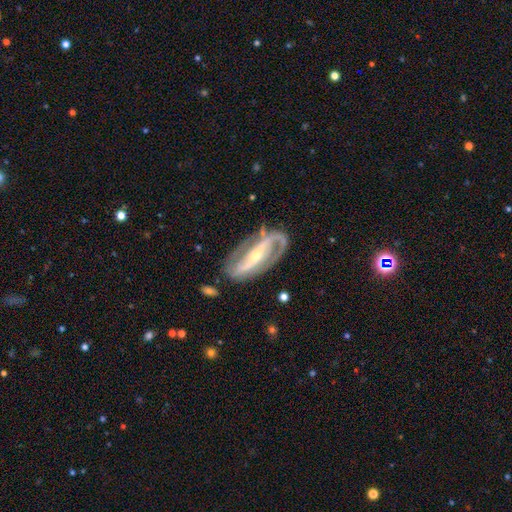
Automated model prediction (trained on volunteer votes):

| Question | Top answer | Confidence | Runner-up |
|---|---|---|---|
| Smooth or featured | featured or disk | 89% | smooth (7%) |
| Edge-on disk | no | 92% | yes (8%) |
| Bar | strong | 66% | no (17%) |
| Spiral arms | yes | 92% | no (8%) |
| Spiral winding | medium | 42% | tight (36%) |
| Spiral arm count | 2 | 88% | can't tell (5%) |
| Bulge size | small | 65% | moderate (32%) |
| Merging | none | 77% | minor disturbance (14%) |